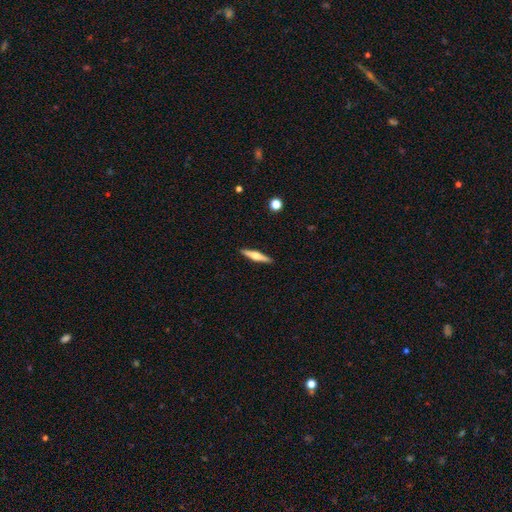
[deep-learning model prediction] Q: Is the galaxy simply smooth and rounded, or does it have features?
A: featured or disk — 58%.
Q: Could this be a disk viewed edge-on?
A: yes — 97%.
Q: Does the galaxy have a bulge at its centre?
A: rounded — 87%.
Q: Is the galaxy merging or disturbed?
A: none — 91%.